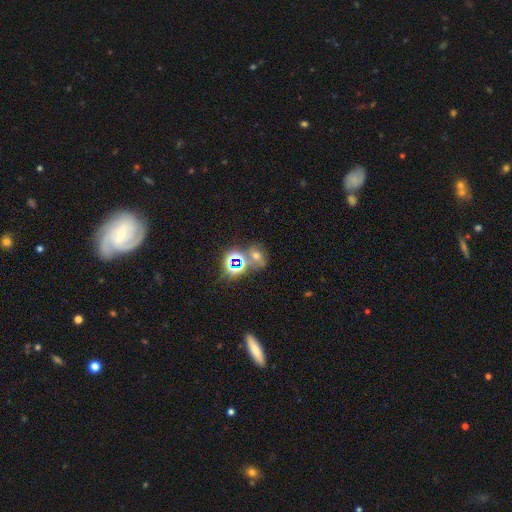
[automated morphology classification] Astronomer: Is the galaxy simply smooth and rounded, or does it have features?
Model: star or artifact — 46% (runner-up: smooth, 39%).